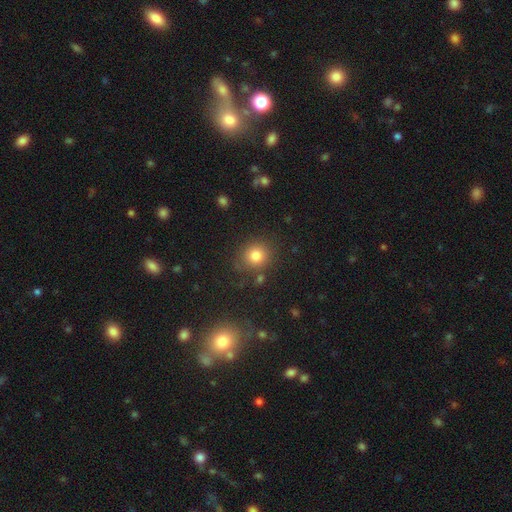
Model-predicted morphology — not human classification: Smooth or featured?
  - smooth: 81% *
  - star or artifact: 12%
  - featured or disk: 7%
How rounded?
  - round: 82% *
  - in between: 17%
  - cigar-shaped: 1%
Merging?
  - none: 80% *
  - minor disturbance: 11%
  - merger: 5%
  - major disturbance: 5%